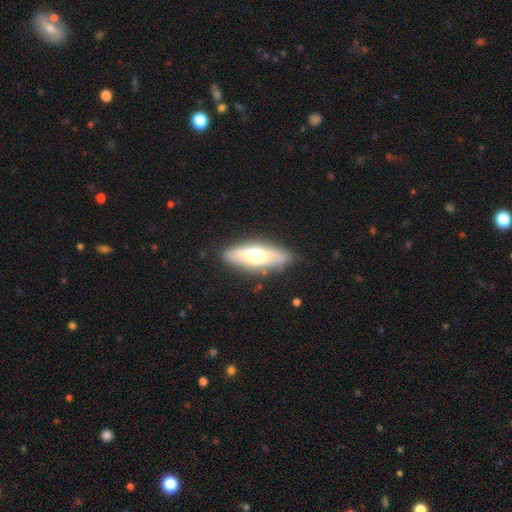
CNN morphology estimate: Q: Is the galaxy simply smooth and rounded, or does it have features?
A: smooth — 54%.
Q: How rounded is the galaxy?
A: in between — 56%.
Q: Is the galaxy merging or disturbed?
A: none — 83%.